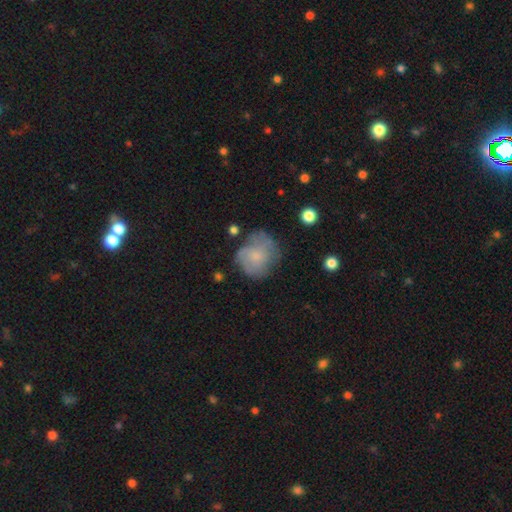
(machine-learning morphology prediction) Q: Smooth or featured?
A: smooth (55%); runner-up: featured or disk (36%)
Q: How rounded?
A: round (77%); runner-up: in between (22%)
Q: Merging?
A: none (54%); runner-up: minor disturbance (28%)